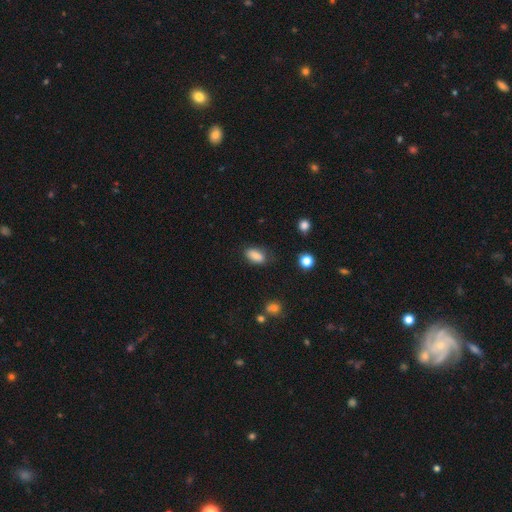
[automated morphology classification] smooth-or-featured: smooth: 85% | star or artifact: 9% | featured or disk: 6%
  how-rounded: in between: 89% | cigar-shaped: 6% | round: 5%
  merging: none: 72% | minor disturbance: 20% | major disturbance: 5% | merger: 3%